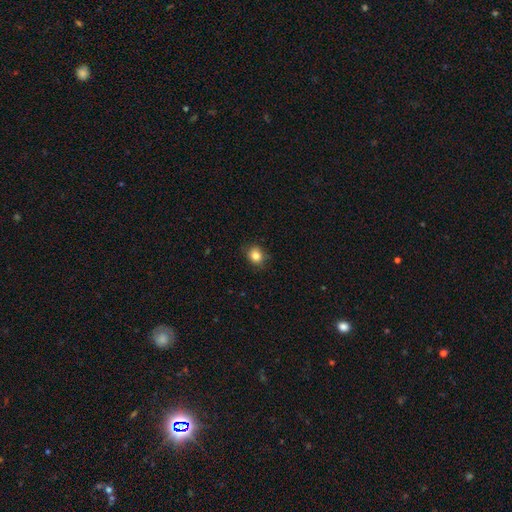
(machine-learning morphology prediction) This is clearly a smooth galaxy (84%). How rounded: likely round (69%). Merging: clearly none (81%).